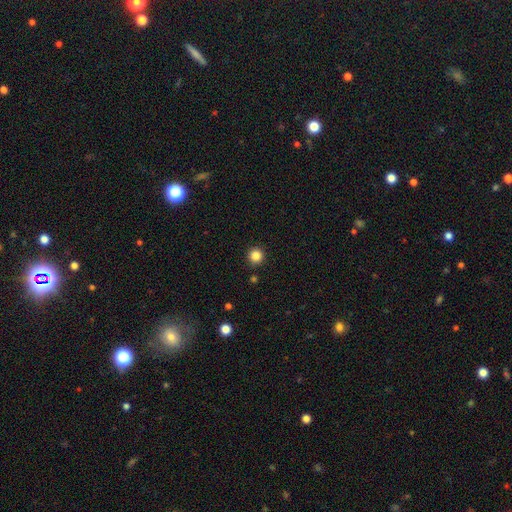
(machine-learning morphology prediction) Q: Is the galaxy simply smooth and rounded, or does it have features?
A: smooth — 85%.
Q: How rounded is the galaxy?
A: round — 96%.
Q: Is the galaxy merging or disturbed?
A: none — 92%.